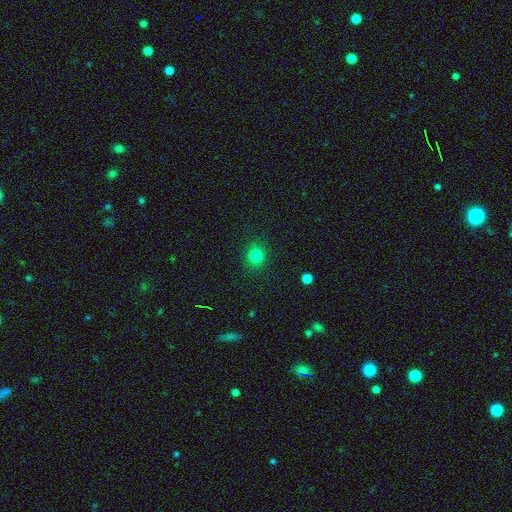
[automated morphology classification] The model was most divided on "smooth or featured": smooth: 82%, star or artifact: 13%, featured or disk: 5%. More confident: merging — none (90%); how rounded — round (86%).